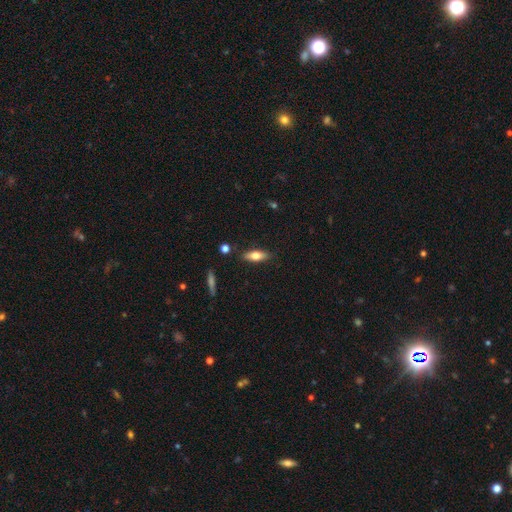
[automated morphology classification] This is likely a smooth galaxy (66%). How rounded: likely in between (62%). Merging: clearly none (84%).